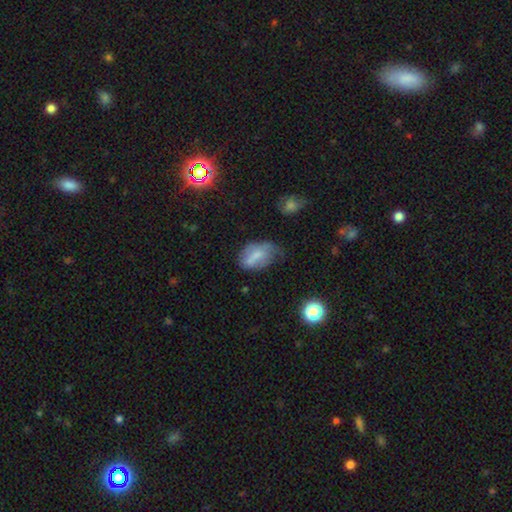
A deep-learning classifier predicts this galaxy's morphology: Q: Smooth or featured?
A: smooth (60%); runner-up: featured or disk (30%)
Q: How rounded?
A: in between (86%); runner-up: round (12%)
Q: Merging?
A: minor disturbance (39%); runner-up: none (33%)